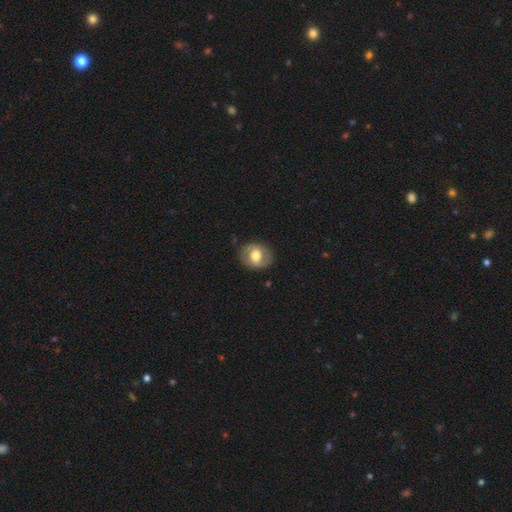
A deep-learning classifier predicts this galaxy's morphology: Q: Smooth or featured?
A: smooth (47%); runner-up: featured or disk (46%)
Q: Merging?
A: none (82%); runner-up: minor disturbance (12%)